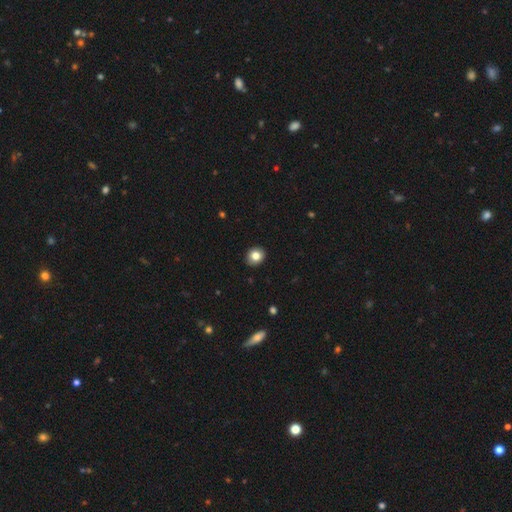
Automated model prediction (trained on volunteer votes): Smooth or featured? Predicted: smooth (p=0.82). How rounded? Predicted: round (p=0.76). Merging? Predicted: none (p=0.91).